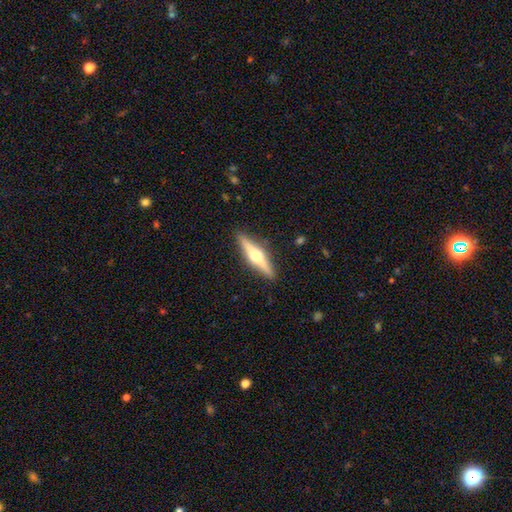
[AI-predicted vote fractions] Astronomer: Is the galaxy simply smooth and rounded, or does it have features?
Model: featured or disk — 67%.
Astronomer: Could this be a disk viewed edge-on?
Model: yes — 97%.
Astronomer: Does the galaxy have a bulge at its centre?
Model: rounded — 95%.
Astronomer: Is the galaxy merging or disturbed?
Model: none — 90%.